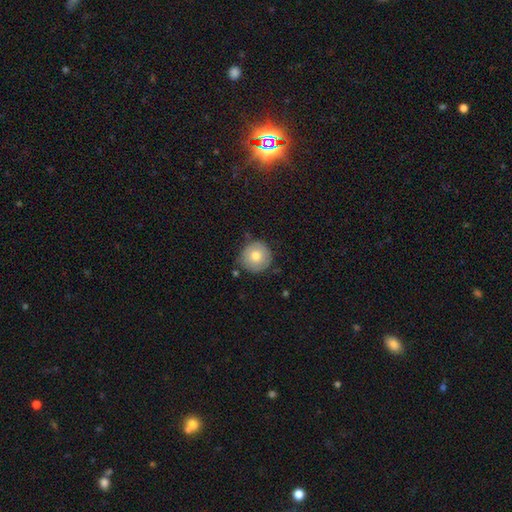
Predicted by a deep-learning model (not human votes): Q: Smooth or featured?
A: smooth (75%); runner-up: featured or disk (17%)
Q: How rounded?
A: round (95%); runner-up: in between (4%)
Q: Merging?
A: none (78%); runner-up: minor disturbance (16%)